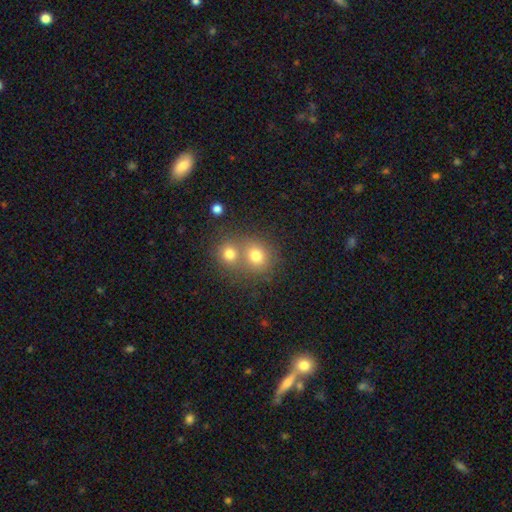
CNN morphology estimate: Smooth or featured? smooth (75%)
How rounded? round (79%)
Merging? merger (47%)